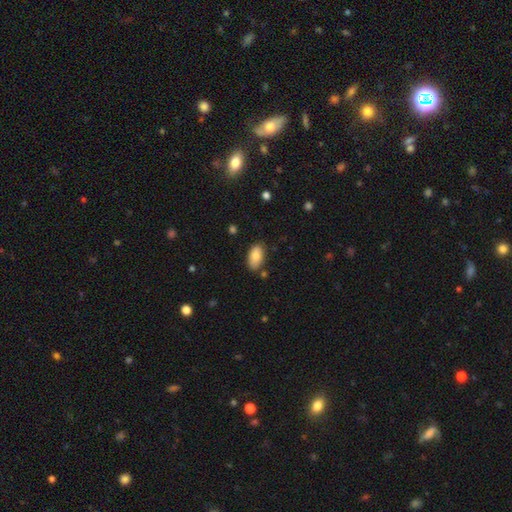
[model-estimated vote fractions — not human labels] Smooth or featured?
  - smooth: 84% *
  - featured or disk: 9%
  - star or artifact: 7%
How rounded?
  - in between: 94% *
  - round: 3%
  - cigar-shaped: 3%
Merging?
  - none: 80% *
  - minor disturbance: 14%
  - merger: 3%
  - major disturbance: 3%